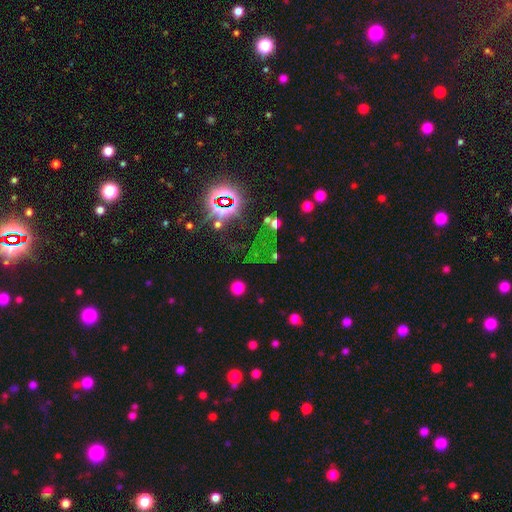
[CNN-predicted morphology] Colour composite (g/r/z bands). It shows a star or artifact, not a galaxy (75%).